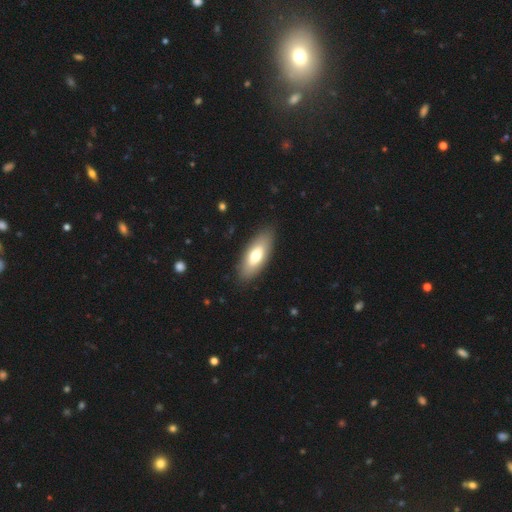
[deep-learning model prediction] The model was most divided on "smooth or featured": smooth: 67%, featured or disk: 27%, star or artifact: 6%. More confident: merging — none (87%); how rounded — in between (81%).